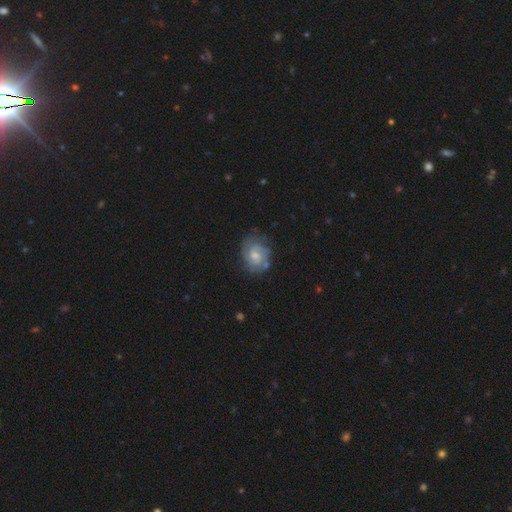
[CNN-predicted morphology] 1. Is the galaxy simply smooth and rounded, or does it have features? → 71% featured or disk, 23% smooth, 7% star or artifact.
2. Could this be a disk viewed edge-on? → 98% no, 2% yes.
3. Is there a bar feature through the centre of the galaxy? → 54% no, 41% weak, 5% strong.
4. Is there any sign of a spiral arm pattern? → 89% yes, 11% no.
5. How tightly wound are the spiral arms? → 49% tight, 39% medium, 12% loose.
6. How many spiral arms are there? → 56% 2, 25% can't tell, 10% 3, 4% 1, 3% 4, 2% more than 4.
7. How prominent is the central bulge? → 47% moderate, 41% small, 7% none, 4% large, 1% dominant.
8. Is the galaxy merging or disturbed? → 66% none, 22% minor disturbance, 9% major disturbance, 3% merger.